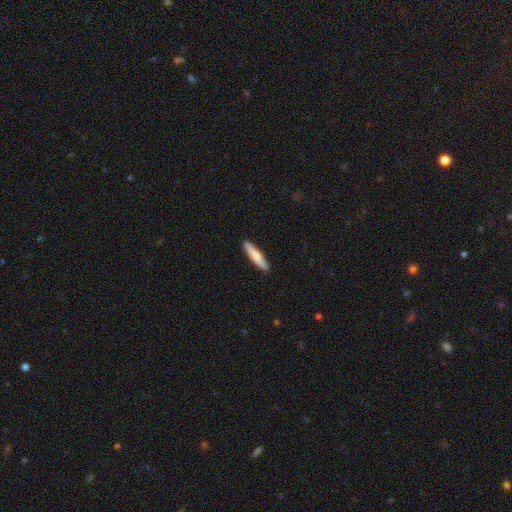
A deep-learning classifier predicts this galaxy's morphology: A smooth galaxy with no disk features (72%) that is cigar-shaped (88%). Merging: none (91%).